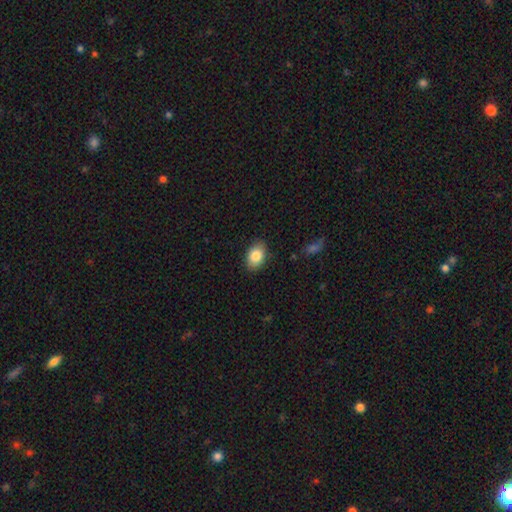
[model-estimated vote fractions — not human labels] This appears to be a smooth galaxy with no disk features (84%) that is in between round and cigar-shaped (83%). Merging: none (86%).